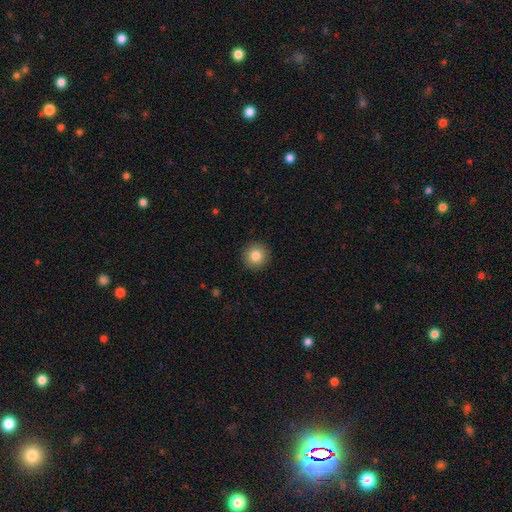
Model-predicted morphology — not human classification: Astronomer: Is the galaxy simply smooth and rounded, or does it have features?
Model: smooth — 83%.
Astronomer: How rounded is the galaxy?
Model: round — 94%.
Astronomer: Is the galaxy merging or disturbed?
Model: none — 92%.